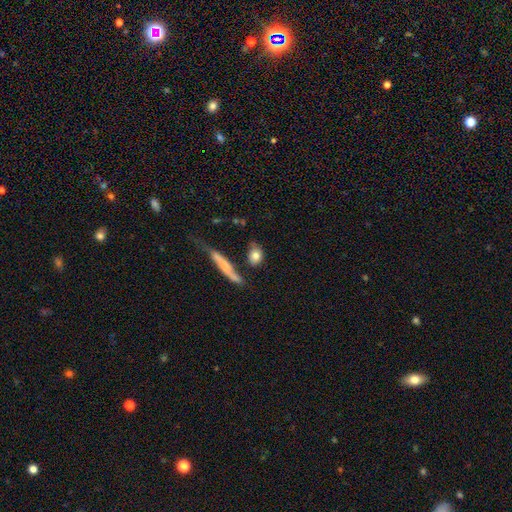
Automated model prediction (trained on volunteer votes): Q: Smooth or featured?
A: smooth (78%); runner-up: featured or disk (15%)
Q: How rounded?
A: in between (56%); runner-up: round (33%)
Q: Merging?
A: none (58%); runner-up: minor disturbance (18%)